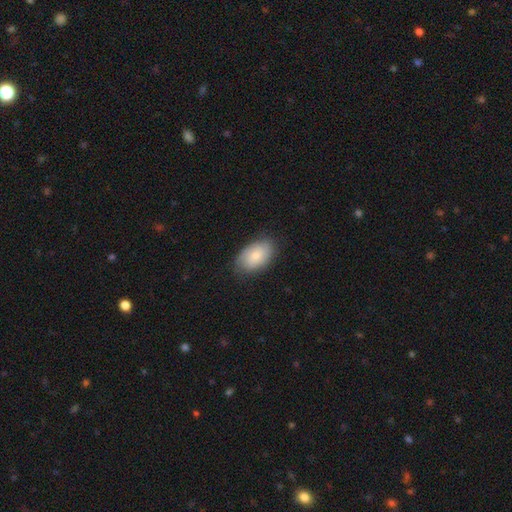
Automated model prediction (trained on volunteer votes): Q: Smooth or featured?
A: smooth (69%); runner-up: featured or disk (25%)
Q: How rounded?
A: in between (92%); runner-up: round (7%)
Q: Merging?
A: none (78%); runner-up: minor disturbance (18%)